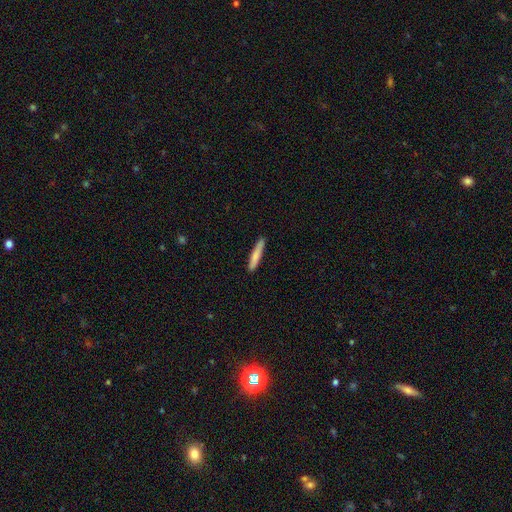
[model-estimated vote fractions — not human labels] smooth_or_featured: smooth (p=0.79) [alt: featured or disk p=0.16]
how_rounded: cigar-shaped (p=0.93) [alt: in between p=0.06]
merging: none (p=0.86) [alt: minor disturbance p=0.11]